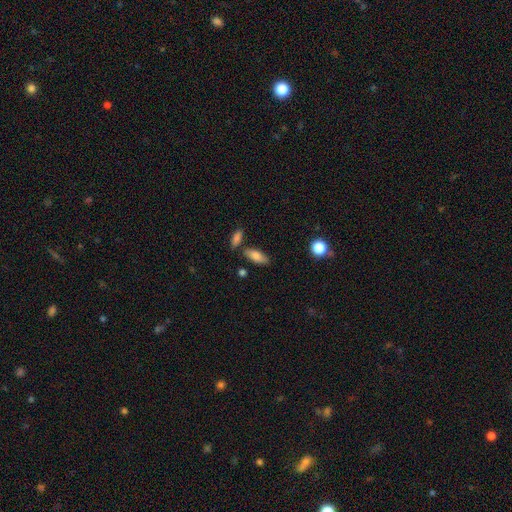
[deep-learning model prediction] Smooth or featured? smooth (82%)
How rounded? in between (77%)
Merging? none (74%)